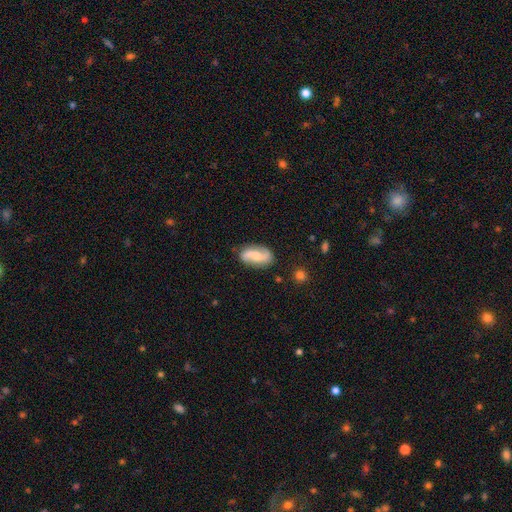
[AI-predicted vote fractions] featured or disk 73%, smooth 21%, star or artifact 6%. Down the decision tree: edge-on disk — no (96%); bar — no (48%); spiral arms — yes (94%); spiral arm count — 2 (91%); spiral winding — loose (62%); bulge size — moderate (49%); merging — none (79%).